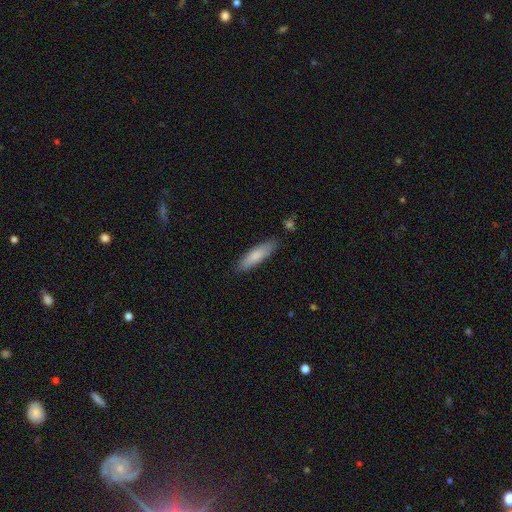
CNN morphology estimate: type=smooth (80%); roundness=cigar-shaped (71%); merging=none (85%).